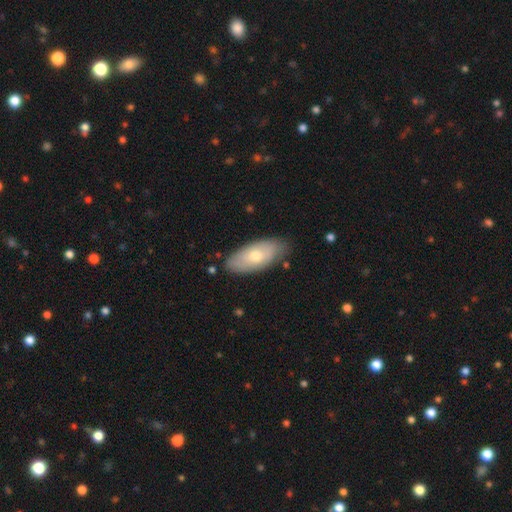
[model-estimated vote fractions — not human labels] This is likely a smooth galaxy (60%). How rounded: clearly in between (87%). Merging: clearly none (81%).